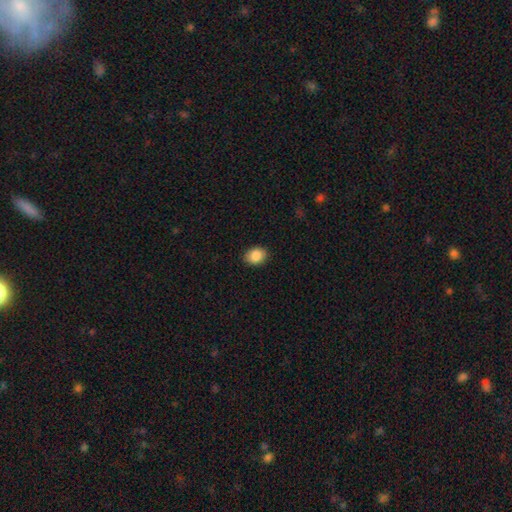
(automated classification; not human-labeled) Smooth or featured: smooth — 88% (star or artifact — 8%)
How rounded: in between — 63% (round — 36%)
Merging: none — 89% (minor disturbance — 8%)